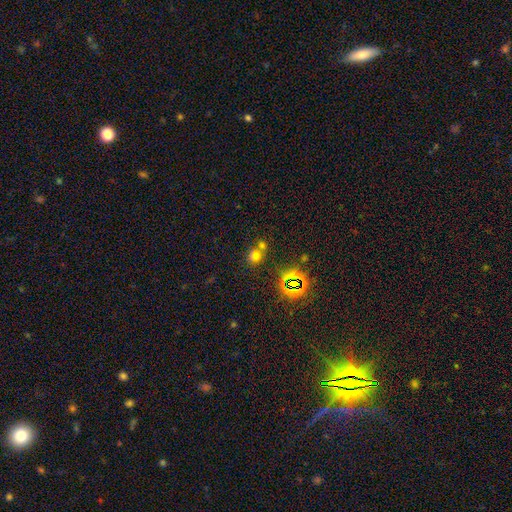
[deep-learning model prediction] smooth-or-featured: smooth: 50% | star or artifact: 37% | featured or disk: 13%
  merging: none: 46% | merger: 42% | minor disturbance: 8% | major disturbance: 4%